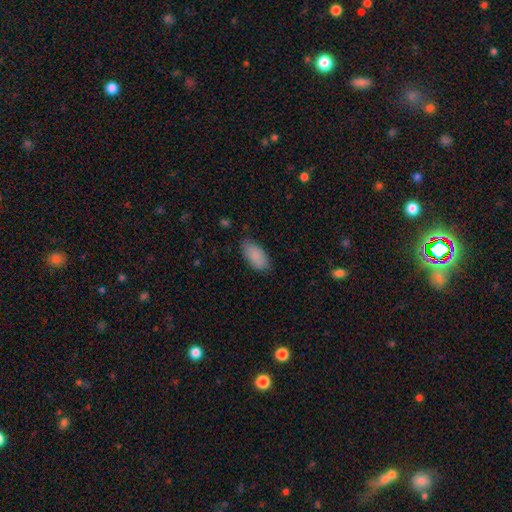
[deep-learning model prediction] Smooth or featured?
  - smooth: 88% *
  - star or artifact: 6%
  - featured or disk: 6%
How rounded?
  - in between: 93% *
  - cigar-shaped: 4%
  - round: 2%
Merging?
  - none: 78% *
  - minor disturbance: 18%
  - major disturbance: 3%
  - merger: 1%